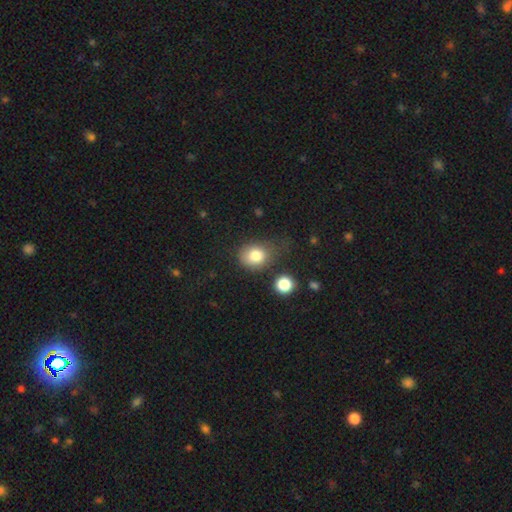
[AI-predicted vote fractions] Smooth or featured? smooth (81%)
How rounded? round (64%)
Merging? none (57%)